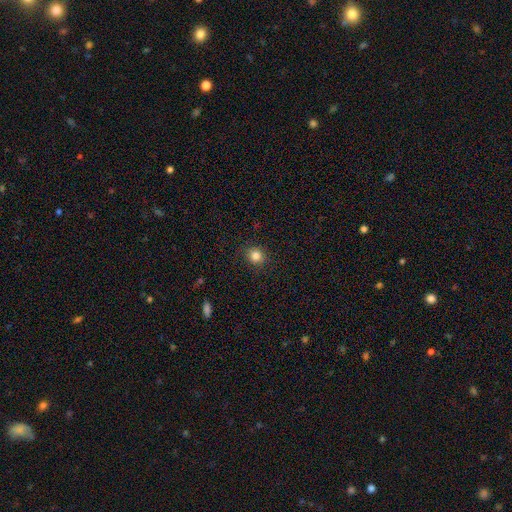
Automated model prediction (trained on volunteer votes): Q: Smooth or featured?
A: smooth (84%); runner-up: star or artifact (11%)
Q: How rounded?
A: round (86%); runner-up: in between (13%)
Q: Merging?
A: none (90%); runner-up: minor disturbance (7%)